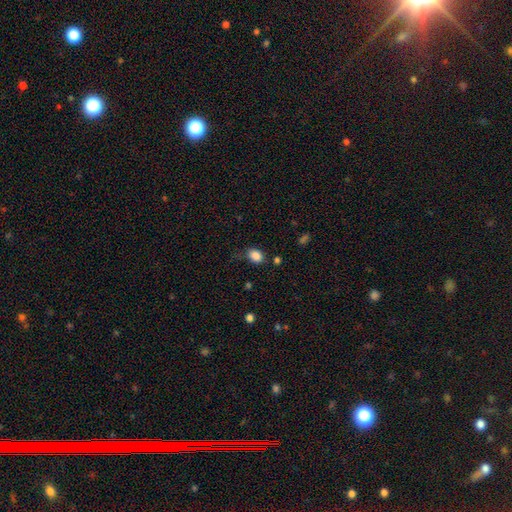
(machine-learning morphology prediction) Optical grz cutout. It shows a smooth galaxy with no disk features (85%) that is in between round and cigar-shaped (65%). Merging: none (66%).